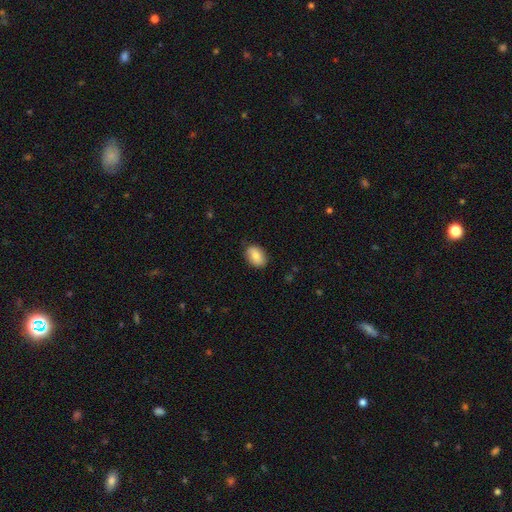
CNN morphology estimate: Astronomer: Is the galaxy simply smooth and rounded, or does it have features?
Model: smooth — 81%.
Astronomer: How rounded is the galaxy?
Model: in between — 85%.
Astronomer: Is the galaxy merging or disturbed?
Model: none — 82%.